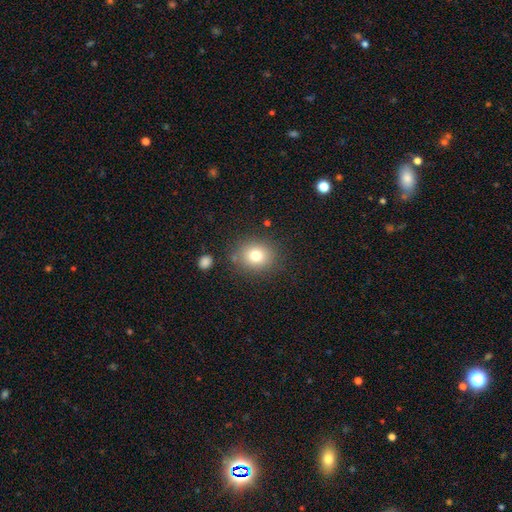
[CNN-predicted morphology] smooth_or_featured: smooth (p=0.78) [alt: star or artifact p=0.12]
how_rounded: round (p=0.73) [alt: in between p=0.26]
merging: none (p=0.82) [alt: minor disturbance p=0.11]